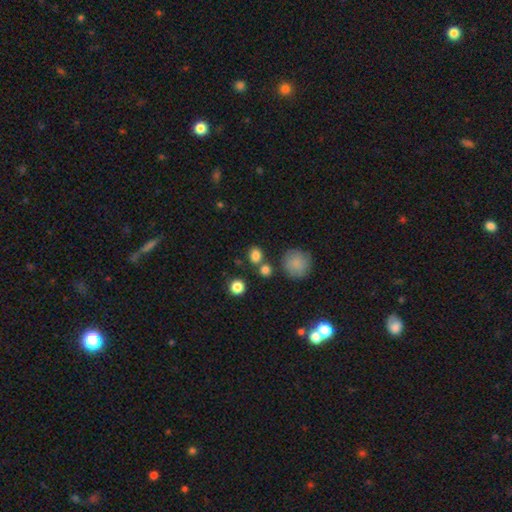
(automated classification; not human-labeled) Smooth or featured? smooth (81%)
How rounded? round (55%)
Merging? none (69%)